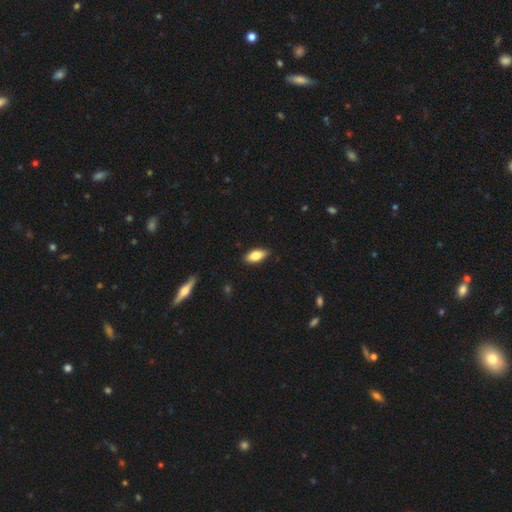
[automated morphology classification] Q: Smooth or featured?
A: smooth (78%); runner-up: featured or disk (15%)
Q: How rounded?
A: in between (86%); runner-up: cigar-shaped (11%)
Q: Merging?
A: none (86%); runner-up: minor disturbance (11%)